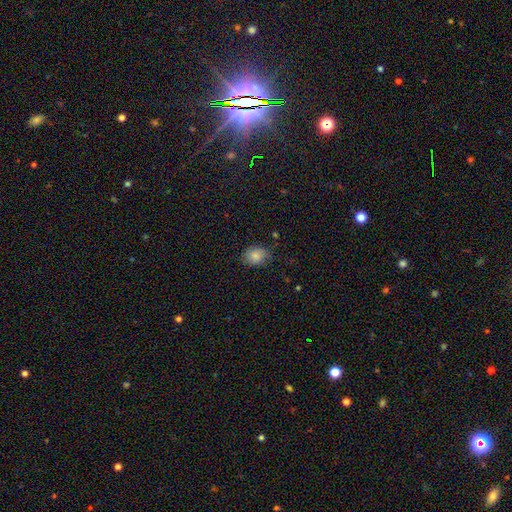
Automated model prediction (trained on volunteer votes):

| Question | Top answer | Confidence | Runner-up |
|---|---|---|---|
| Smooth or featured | smooth | 84% | star or artifact (8%) |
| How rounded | in between | 56% | round (43%) |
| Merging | none | 74% | minor disturbance (21%) |